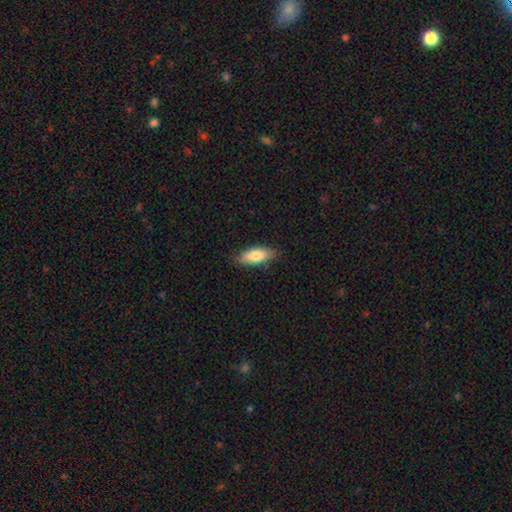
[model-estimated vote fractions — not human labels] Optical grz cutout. It shows a smooth galaxy with no disk features (79%) that is in between round and cigar-shaped (75%). Merging: none (84%).